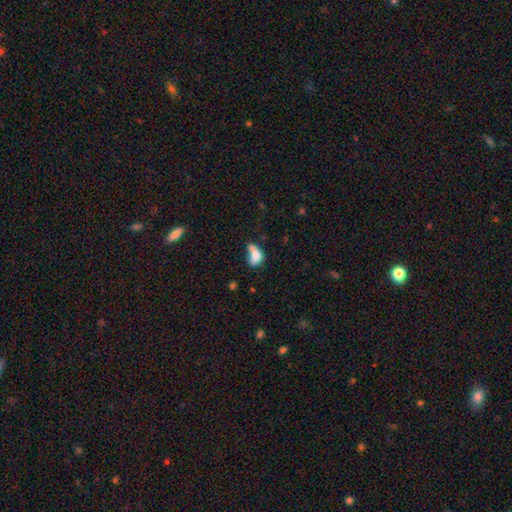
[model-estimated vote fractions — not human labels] smooth_or_featured: smooth (p=0.71) [alt: featured or disk p=0.19]
how_rounded: in between (p=0.76) [alt: round p=0.21]
merging: minor disturbance (p=0.29) [alt: major disturbance p=0.27]